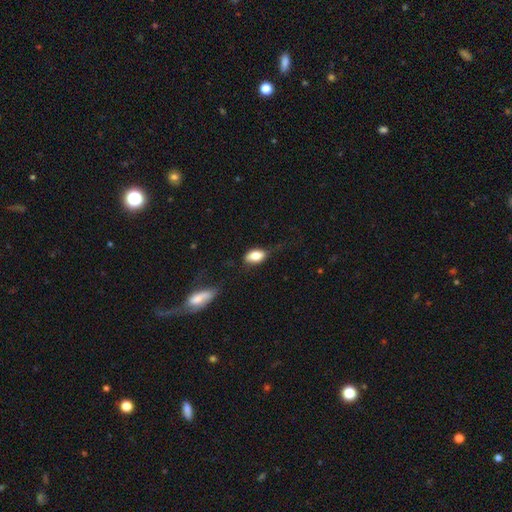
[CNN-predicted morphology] smooth_or_featured: smooth (p=0.78) [alt: featured or disk p=0.15]
how_rounded: in between (p=0.89) [alt: round p=0.07]
merging: none (p=0.57) [alt: minor disturbance p=0.27]